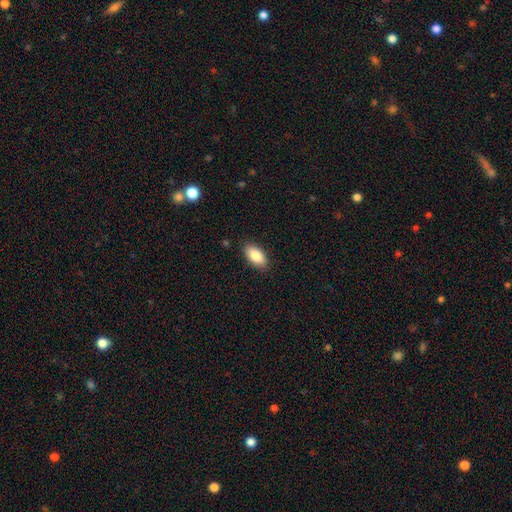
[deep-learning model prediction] This appears to be a smooth galaxy with no disk features (85%) that is in between round and cigar-shaped (93%). Merging: none (88%).